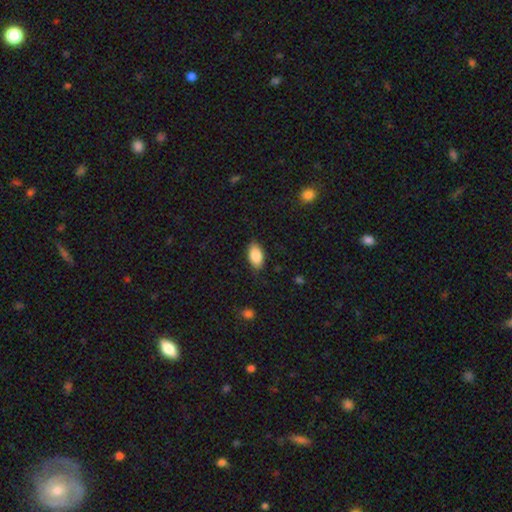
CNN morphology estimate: Smooth or featured?
  - smooth: 87% *
  - star or artifact: 7%
  - featured or disk: 7%
How rounded?
  - in between: 93% *
  - round: 4%
  - cigar-shaped: 3%
Merging?
  - none: 83% *
  - minor disturbance: 13%
  - major disturbance: 3%
  - merger: 1%